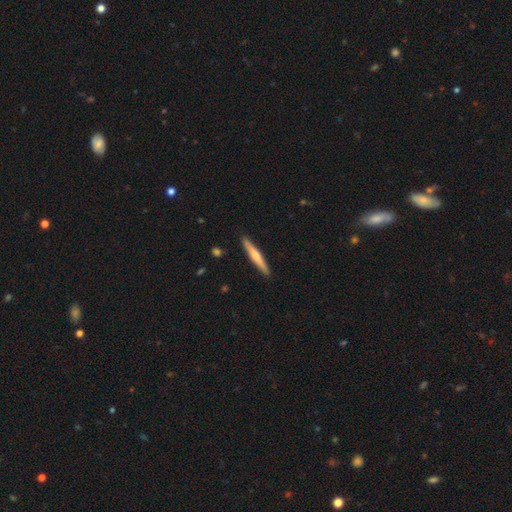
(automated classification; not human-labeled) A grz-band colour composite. It shows a smooth galaxy with no disk features (53%) that is cigar-shaped (95%). Merging: none (91%).